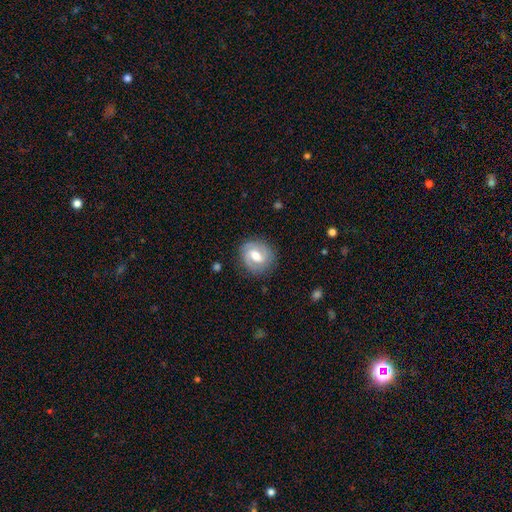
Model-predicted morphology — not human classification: Q: Smooth or featured?
A: featured or disk (72%); runner-up: smooth (22%)
Q: Edge-on disk?
A: no (97%); runner-up: yes (3%)
Q: Bar?
A: weak (54%); runner-up: strong (27%)
Q: Spiral arms?
A: yes (87%); runner-up: no (13%)
Q: Spiral winding?
A: tight (46%); runner-up: medium (40%)
Q: Spiral arm count?
A: 2 (82%); runner-up: can't tell (8%)
Q: Bulge size?
A: moderate (68%); runner-up: large (15%)
Q: Merging?
A: none (83%); runner-up: minor disturbance (12%)